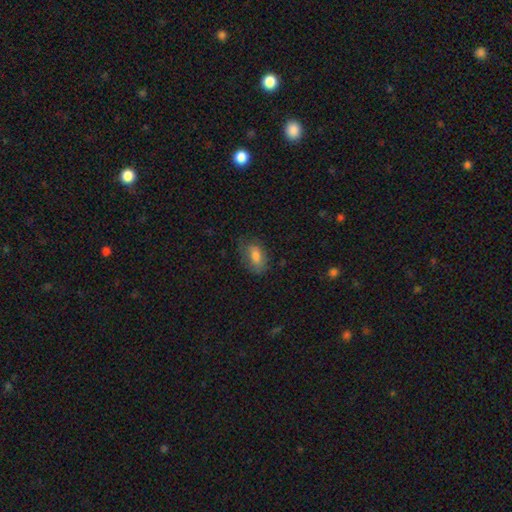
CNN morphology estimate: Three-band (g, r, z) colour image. It shows a smooth galaxy with no disk features (76%) that is in between round and cigar-shaped (87%). Merging: none (65%).